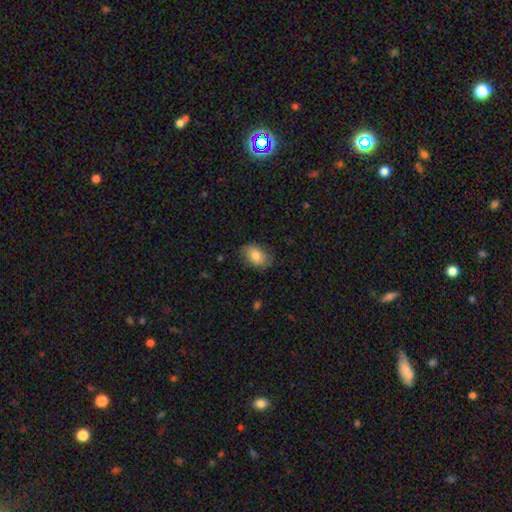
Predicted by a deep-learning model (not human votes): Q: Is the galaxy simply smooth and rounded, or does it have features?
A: smooth — 82%.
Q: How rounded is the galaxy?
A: in between — 83%.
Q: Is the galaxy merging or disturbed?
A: none — 81%.